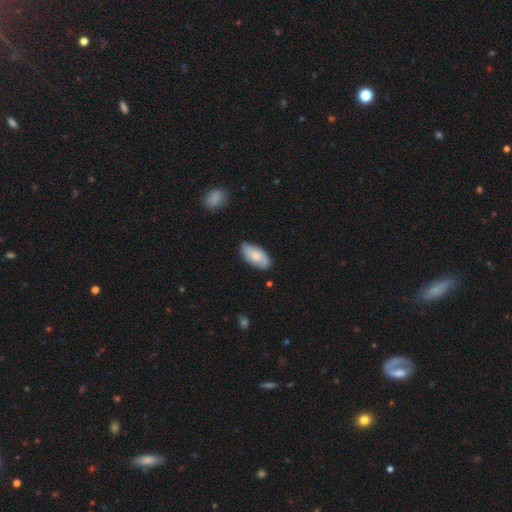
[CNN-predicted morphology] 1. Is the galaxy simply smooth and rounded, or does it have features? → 66% smooth, 28% featured or disk, 6% star or artifact.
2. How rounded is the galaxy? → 93% in between, 5% cigar-shaped, 3% round.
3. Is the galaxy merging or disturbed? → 80% none, 15% minor disturbance, 3% major disturbance, 2% merger.